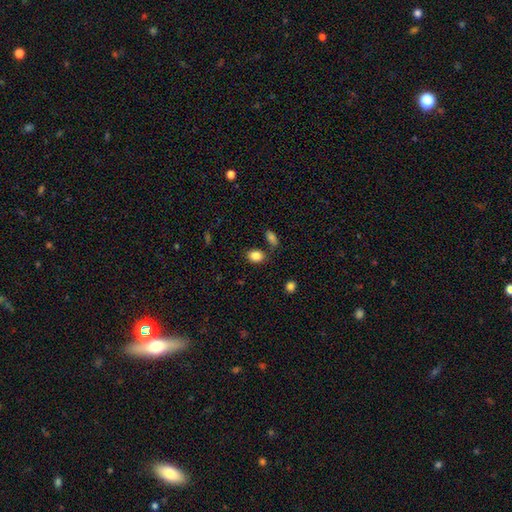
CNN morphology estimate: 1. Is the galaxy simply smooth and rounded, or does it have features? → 86% smooth, 9% star or artifact, 5% featured or disk.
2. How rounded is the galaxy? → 68% in between, 31% round, 1% cigar-shaped.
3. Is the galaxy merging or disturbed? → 74% none, 13% minor disturbance, 9% merger, 4% major disturbance.